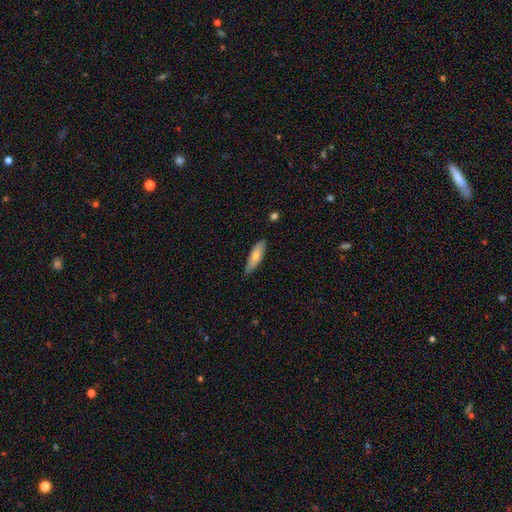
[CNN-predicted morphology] smooth_or_featured: smooth (p=0.71) [alt: featured or disk p=0.24]
how_rounded: in between (p=0.51) [alt: cigar-shaped p=0.47]
merging: none (p=0.81) [alt: minor disturbance p=0.15]